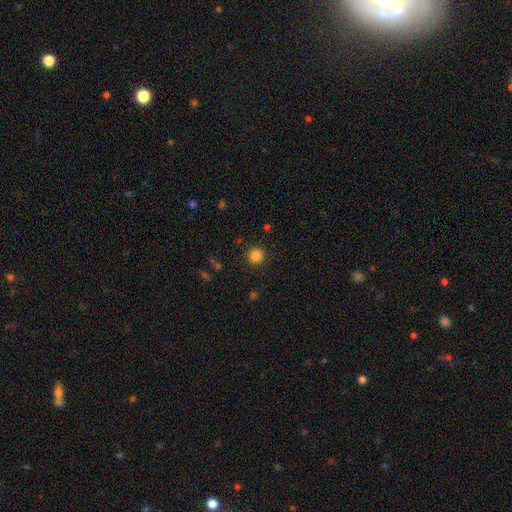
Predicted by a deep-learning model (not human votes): Morphology: type=smooth (85%); roundness=round (94%); merging=none (91%).